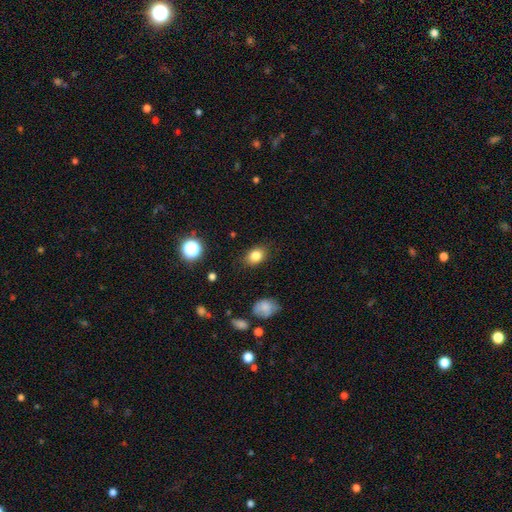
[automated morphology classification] Overall: smooth (83%). How rounded: in between (67%; round 32%). Merging: none (84%).